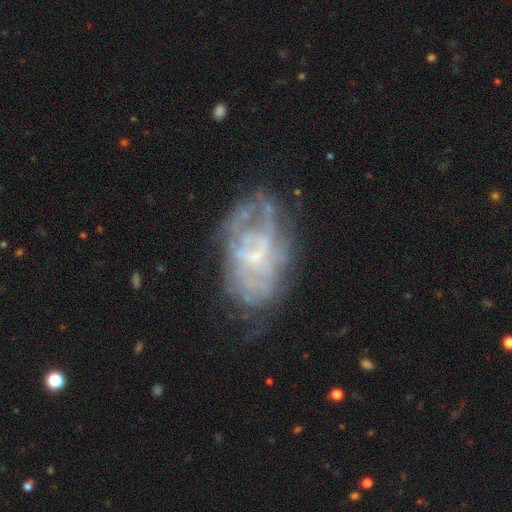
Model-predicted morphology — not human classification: A featured or disk galaxy (73%) with no bar (60%), spiral arms (51%) and a small central bulge (54%). Merging: none (51%).